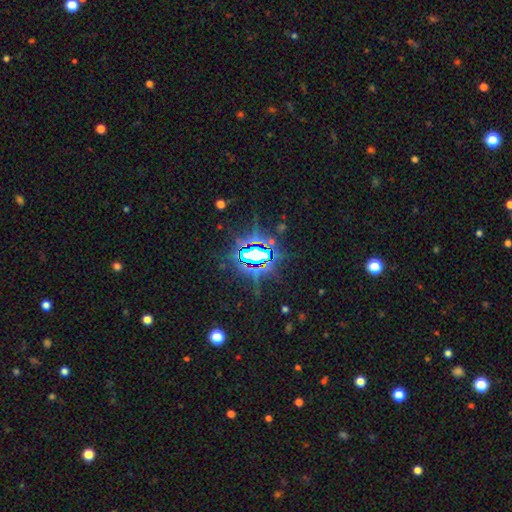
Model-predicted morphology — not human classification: This appears to be a star or artifact, not a galaxy (81%).